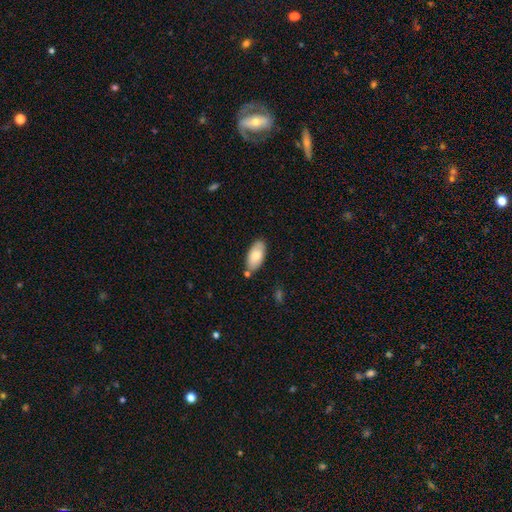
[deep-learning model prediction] Smooth or featured? smooth (81%)
How rounded? in between (92%)
Merging? none (75%)